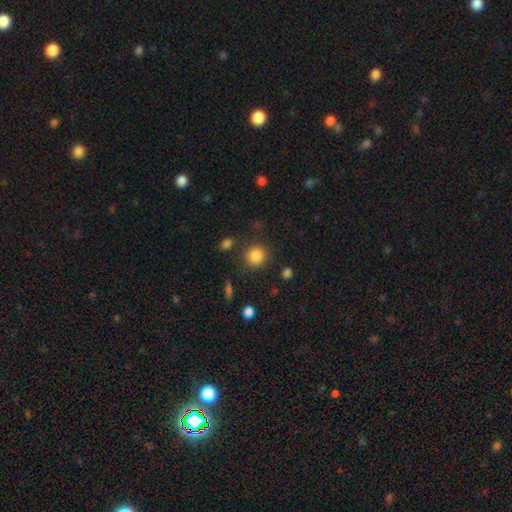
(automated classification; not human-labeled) Smooth or featured?
  - smooth: 86% *
  - star or artifact: 10%
  - featured or disk: 4%
How rounded?
  - round: 90% *
  - in between: 9%
  - cigar-shaped: 1%
Merging?
  - none: 84% *
  - minor disturbance: 8%
  - major disturbance: 4%
  - merger: 4%